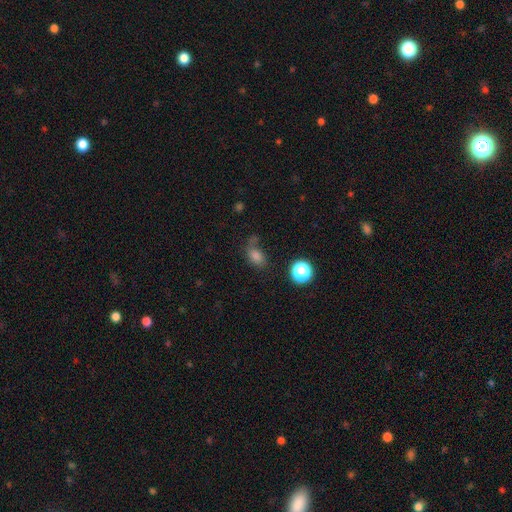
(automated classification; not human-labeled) This appears to be a smooth galaxy with no disk features (74%) that is in between round and cigar-shaped (74%). Merging: none (55%).